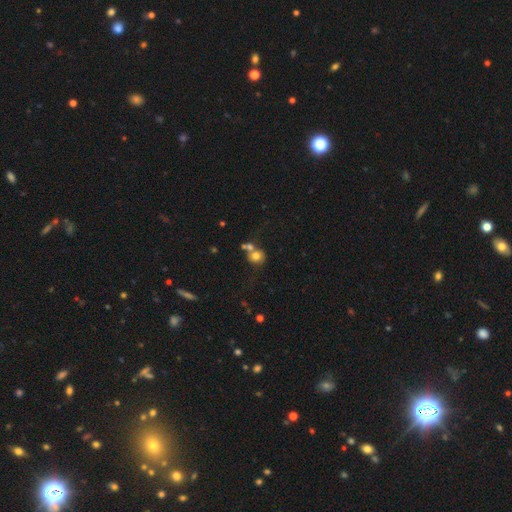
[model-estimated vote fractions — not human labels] Smooth or featured?
  - smooth: 74% *
  - featured or disk: 14%
  - star or artifact: 12%
How rounded?
  - round: 80% *
  - in between: 19%
  - cigar-shaped: 1%
Merging?
  - none: 43% *
  - merger: 41%
  - minor disturbance: 11%
  - major disturbance: 6%